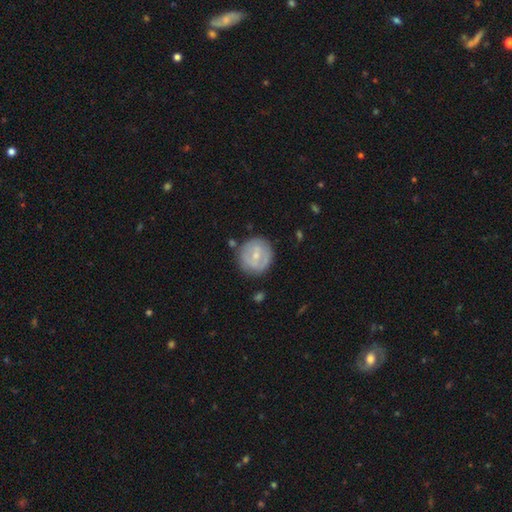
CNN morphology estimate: smooth_or_featured: featured or disk (p=0.49) [alt: smooth p=0.45]
merging: none (p=0.79) [alt: minor disturbance p=0.14]